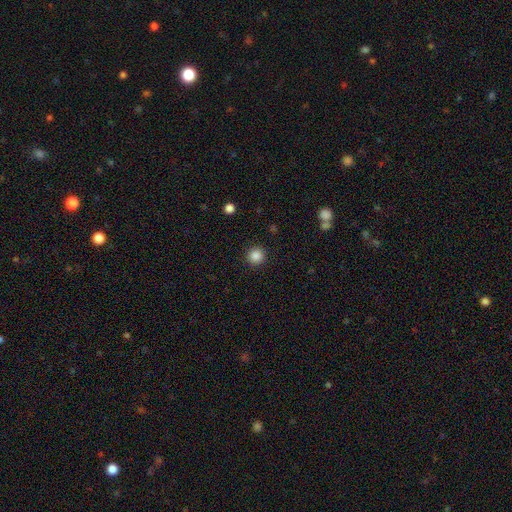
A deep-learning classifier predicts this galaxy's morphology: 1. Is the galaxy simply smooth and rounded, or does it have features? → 86% smooth, 11% star or artifact, 3% featured or disk.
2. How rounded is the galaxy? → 94% round, 5% in between, 1% cigar-shaped.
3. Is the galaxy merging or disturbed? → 92% none, 5% minor disturbance, 2% major disturbance, 1% merger.